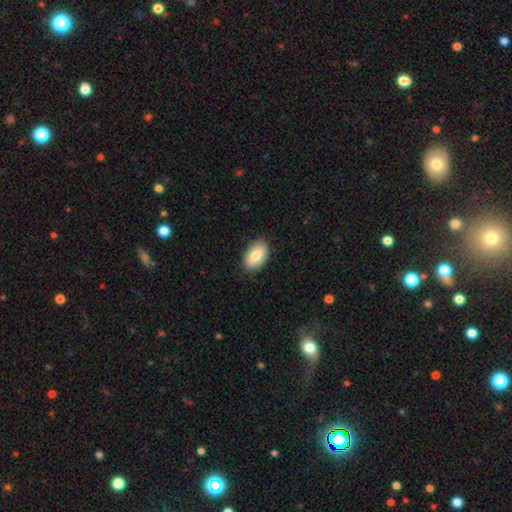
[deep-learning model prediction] Q: Smooth or featured?
A: smooth (81%); runner-up: featured or disk (13%)
Q: How rounded?
A: in between (92%); runner-up: round (7%)
Q: Merging?
A: none (86%); runner-up: minor disturbance (11%)